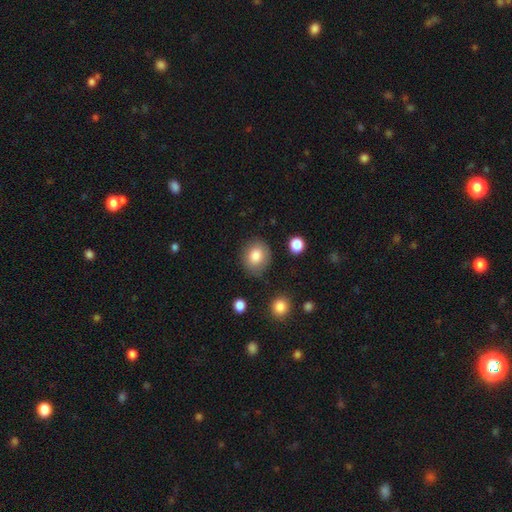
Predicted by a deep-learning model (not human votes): This is clearly a smooth galaxy (83%). How rounded: likely round (64%). Merging: likely none (79%).